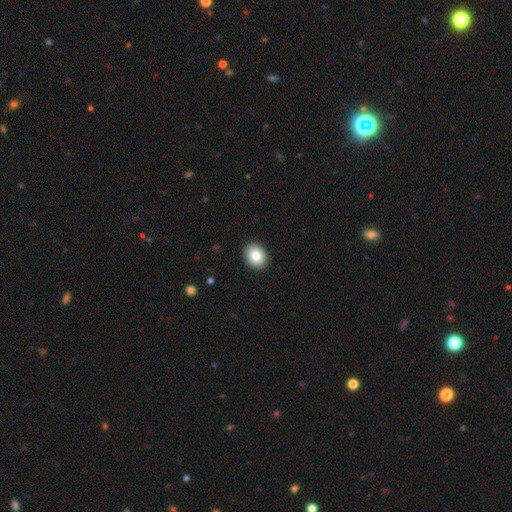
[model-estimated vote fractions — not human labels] This appears to be a smooth galaxy with no disk features (85%) that is in between round and cigar-shaped (66%). Merging: none (91%).